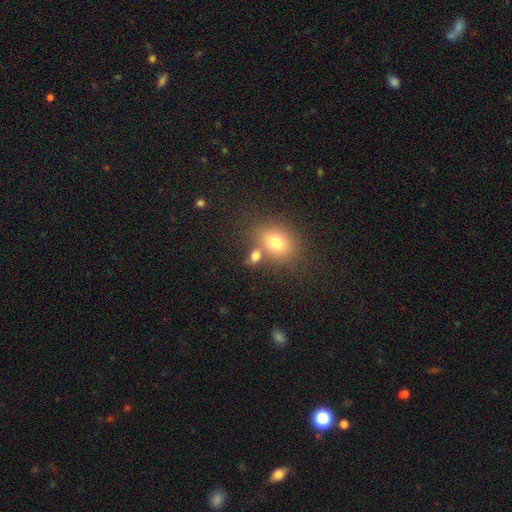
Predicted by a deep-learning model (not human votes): smooth_or_featured: smooth (p=0.76) [alt: star or artifact p=0.13]
how_rounded: in between (p=0.66) [alt: round p=0.31]
merging: none (p=0.52) [alt: merger p=0.31]